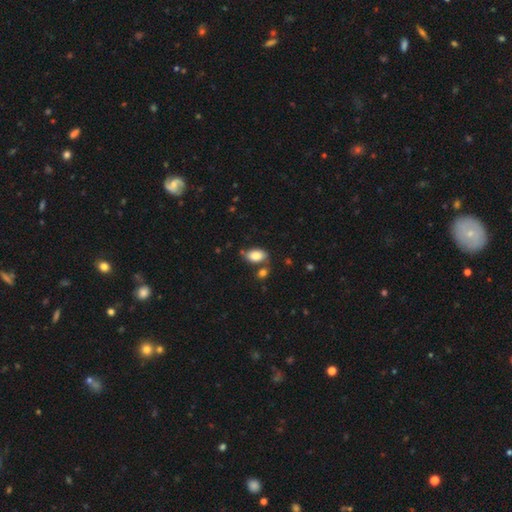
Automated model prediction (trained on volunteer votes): A smooth galaxy with no disk features (83%) that is in between round and cigar-shaped (91%). Merging: none (66%).